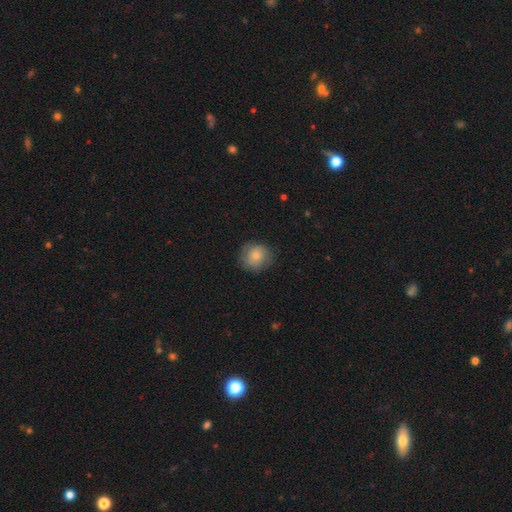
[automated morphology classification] A smooth galaxy with no disk features (76%) that is round (86%).

Vote fractions:
- Smooth or featured? smooth: 76% / featured or disk: 17% / star or artifact: 8%
- How rounded? round: 86% / in between: 13% / cigar-shaped: 1%
- Merging? none: 78% / minor disturbance: 16% / major disturbance: 5% / merger: 1%